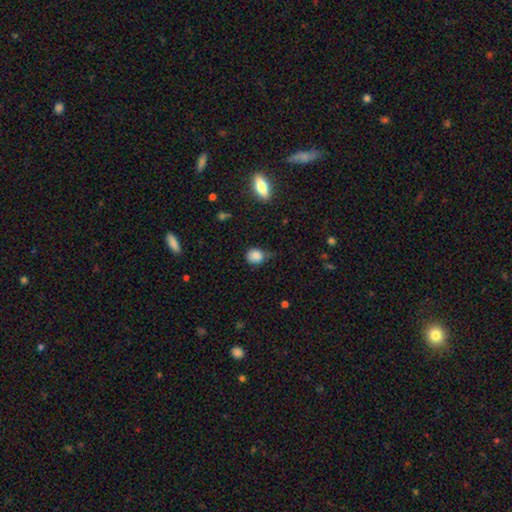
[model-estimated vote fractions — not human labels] Smooth or featured: smooth — 85% (star or artifact — 10%)
How rounded: round — 67% (in between — 32%)
Merging: none — 51% (minor disturbance — 37%)